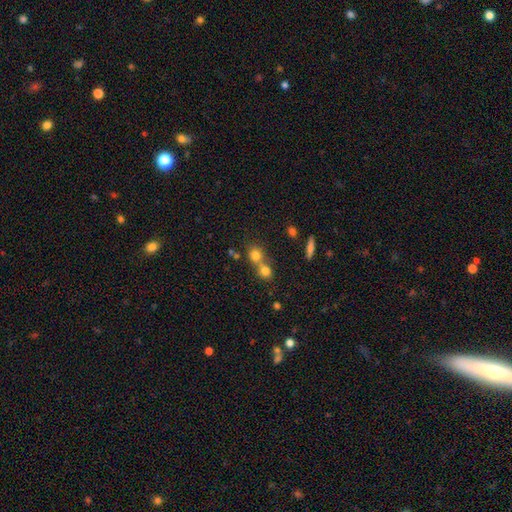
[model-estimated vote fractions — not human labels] This is likely a smooth galaxy (75%). How rounded: clearly round (83%). Merging: possibly merger (54%).